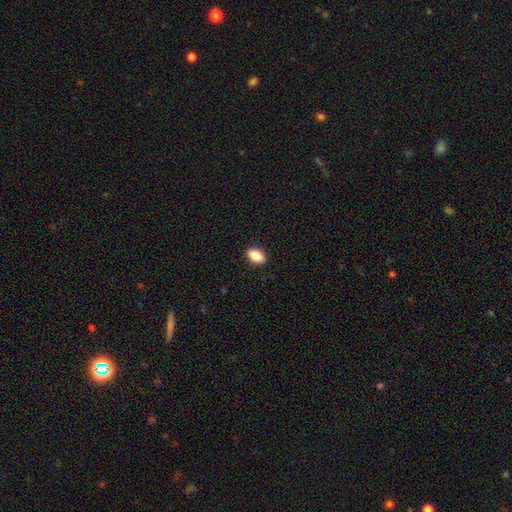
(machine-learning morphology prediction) type=smooth (86%); roundness=in between (90%); merging=none (89%).